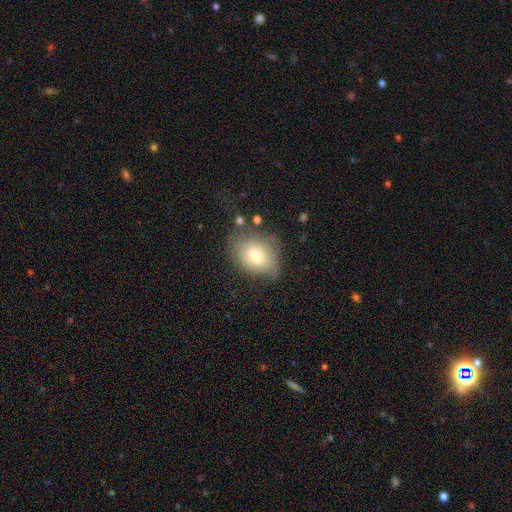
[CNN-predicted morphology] Smooth or featured: smooth — 68% (featured or disk — 23%)
How rounded: in between — 72% (round — 27%)
Merging: none — 52% (minor disturbance — 31%)